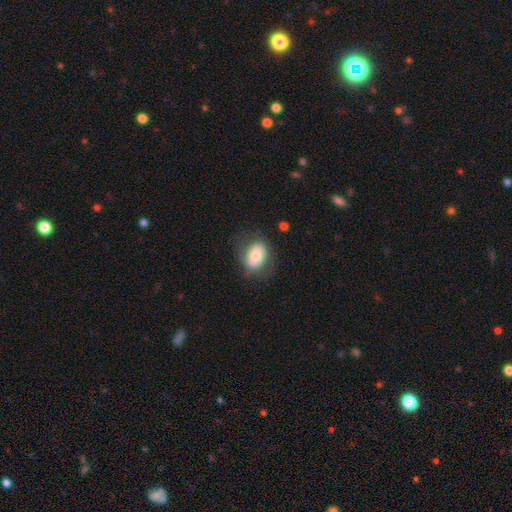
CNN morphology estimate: smooth-or-featured: smooth: 70% | featured or disk: 22% | star or artifact: 8%
  how-rounded: in between: 74% | round: 25% | cigar-shaped: 1%
  merging: none: 69% | minor disturbance: 20% | major disturbance: 10% | merger: 2%